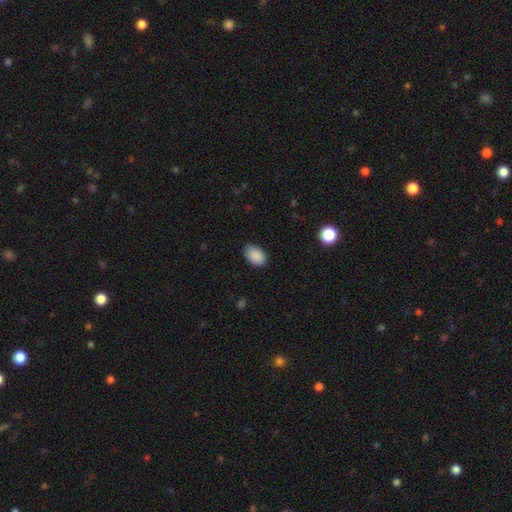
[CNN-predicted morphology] Q: Smooth or featured?
A: smooth (90%); runner-up: star or artifact (7%)
Q: How rounded?
A: in between (90%); runner-up: round (9%)
Q: Merging?
A: none (85%); runner-up: minor disturbance (12%)